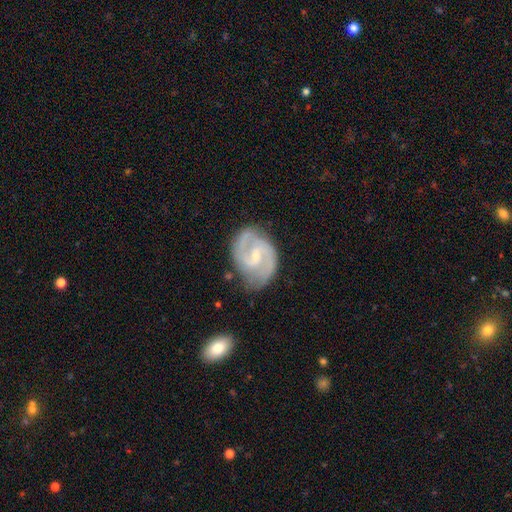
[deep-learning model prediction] Smooth or featured? Predicted: featured or disk (p=0.88). Edge-on disk? Predicted: no (p=0.98). Bar? Predicted: weak (p=0.57). Spiral arms? Predicted: yes (p=0.97). Spiral winding? Predicted: medium (p=0.56). Spiral arm count? Predicted: 2 (p=0.90). Bulge size? Predicted: small (p=0.60). Merging? Predicted: none (p=0.74).